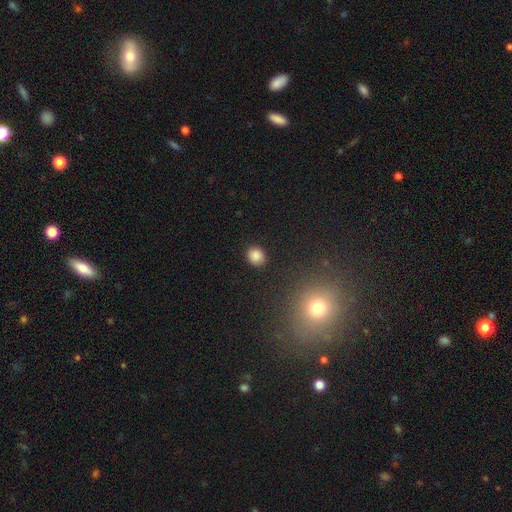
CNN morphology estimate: Smooth or featured: smooth — 85% (star or artifact — 11%)
How rounded: round — 76% (in between — 23%)
Merging: none — 88% (minor disturbance — 8%)